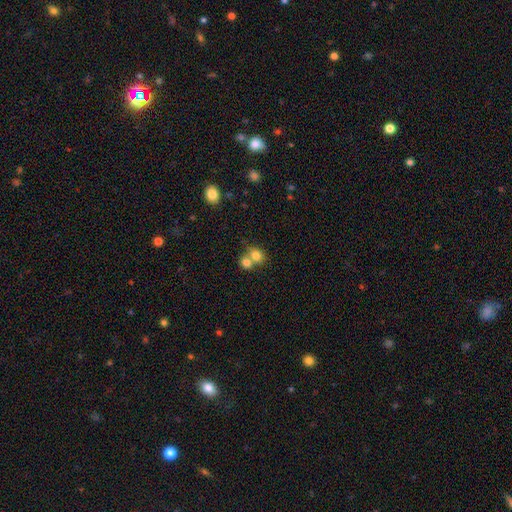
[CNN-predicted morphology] A smooth galaxy with no disk features (78%) that is round (63%). Merging: merger (59%).